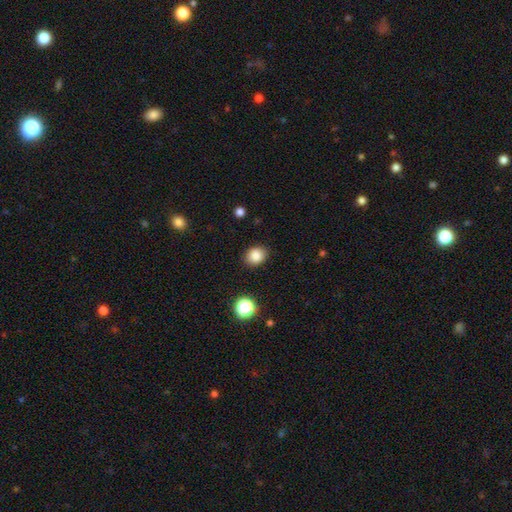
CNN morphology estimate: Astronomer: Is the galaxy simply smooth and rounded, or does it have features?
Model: smooth — 85%.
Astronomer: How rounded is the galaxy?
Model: round — 55% (runner-up: in between, 44%).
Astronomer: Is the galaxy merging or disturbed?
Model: none — 88%.